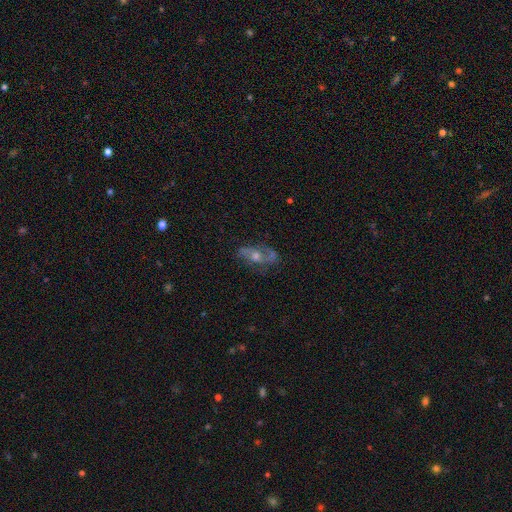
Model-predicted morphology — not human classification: Q: Smooth or featured?
A: featured or disk (67%); runner-up: smooth (22%)
Q: Edge-on disk?
A: no (87%); runner-up: yes (13%)
Q: Bar?
A: no (69%); runner-up: weak (24%)
Q: Spiral arms?
A: yes (75%); runner-up: no (25%)
Q: Bulge size?
A: moderate (66%); runner-up: small (22%)
Q: Merging?
A: none (67%); runner-up: minor disturbance (19%)